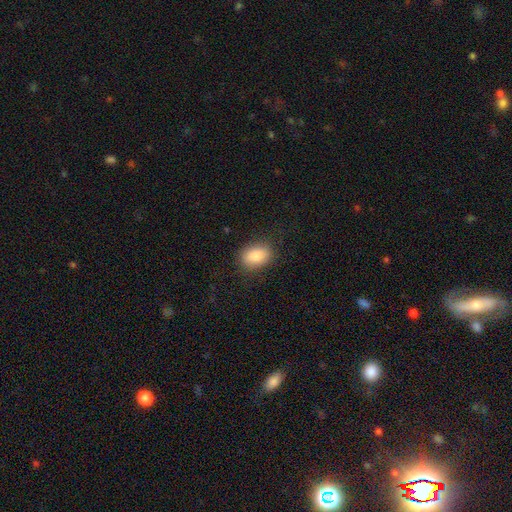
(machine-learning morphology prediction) Overall: smooth (87%). How rounded: in between (84%). Merging: none (84%).